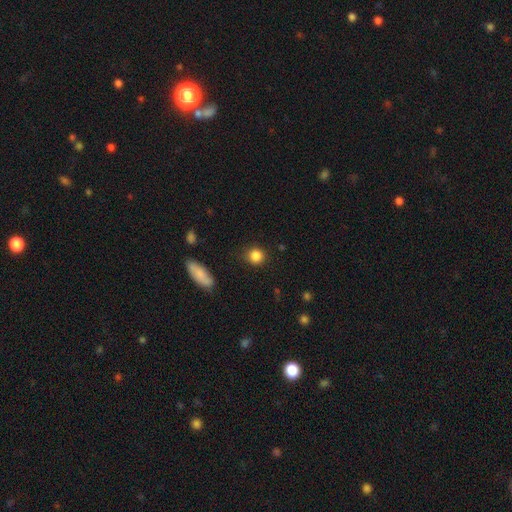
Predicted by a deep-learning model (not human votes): smooth 86%, star or artifact 10%, featured or disk 4%. Down the decision tree: how rounded — round (88%); merging — none (86%).